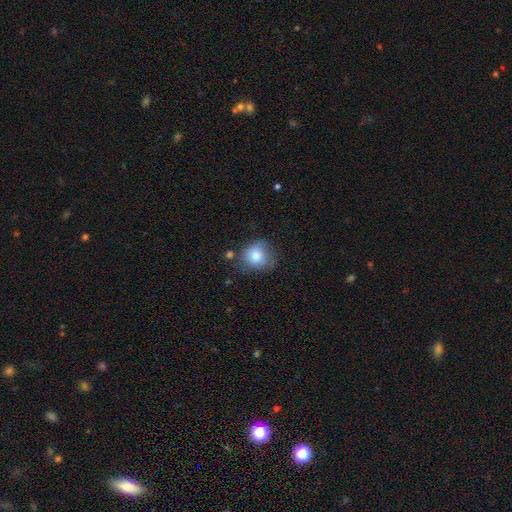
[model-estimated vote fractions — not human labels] The model was most divided on "merging": none: 62%, minor disturbance: 25%, major disturbance: 8%, merger: 5%. More confident: smooth or featured — smooth (79%); how rounded — round (78%).